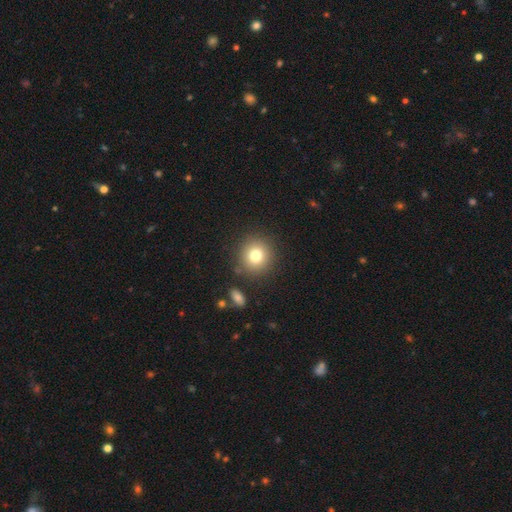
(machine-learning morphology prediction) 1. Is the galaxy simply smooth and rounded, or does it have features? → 78% smooth, 12% star or artifact, 10% featured or disk.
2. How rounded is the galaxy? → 91% round, 8% in between, 1% cigar-shaped.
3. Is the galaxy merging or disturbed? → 86% none, 8% minor disturbance, 3% merger, 3% major disturbance.